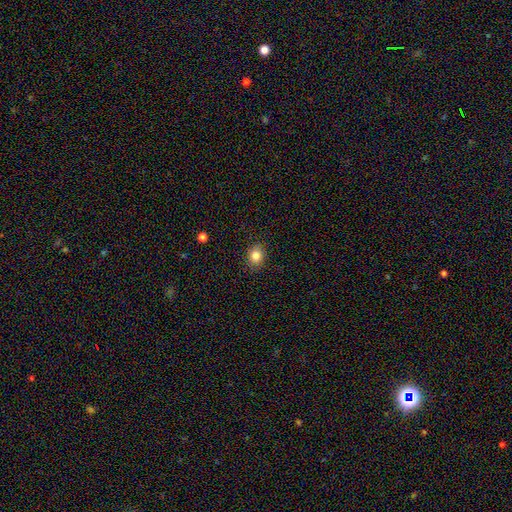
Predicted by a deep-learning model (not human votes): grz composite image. It shows a smooth galaxy with no disk features (82%) that is round (52%). Merging: none (88%).